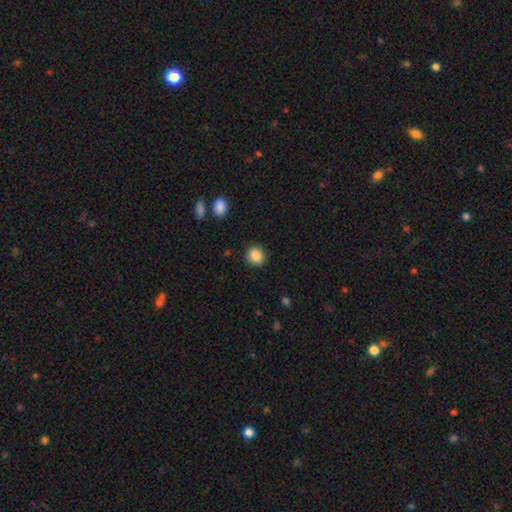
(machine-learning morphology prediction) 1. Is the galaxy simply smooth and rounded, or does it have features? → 87% smooth, 9% star or artifact, 4% featured or disk.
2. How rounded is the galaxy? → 83% round, 16% in between, 1% cigar-shaped.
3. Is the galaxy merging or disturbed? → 89% none, 7% minor disturbance, 2% major disturbance, 1% merger.